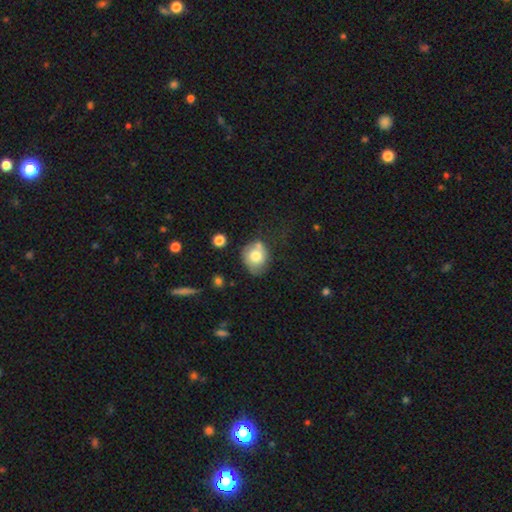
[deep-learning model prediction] A smooth galaxy with no disk features (74%) that is round (62%). Merging: none (52%).